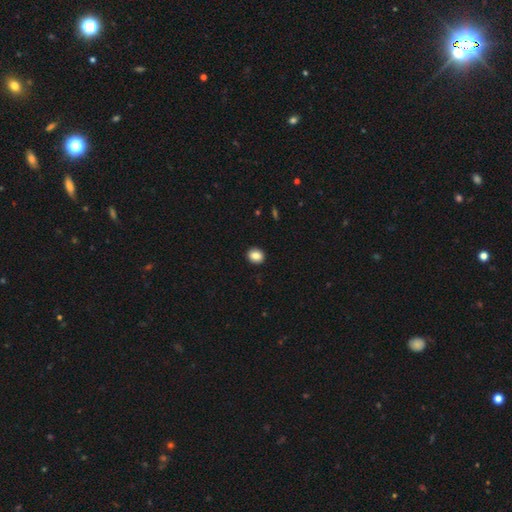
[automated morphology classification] A smooth galaxy with no disk features (86%) that is round (65%). Merging: none (92%).